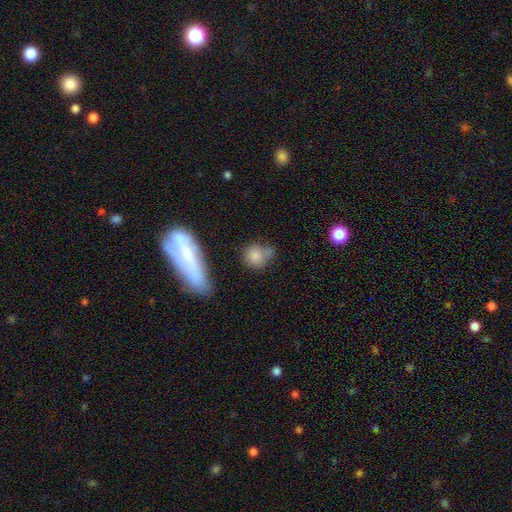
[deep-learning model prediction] Smooth or featured: smooth — 78% (star or artifact — 11%)
How rounded: round — 67% (in between — 30%)
Merging: none — 52% (minor disturbance — 25%)